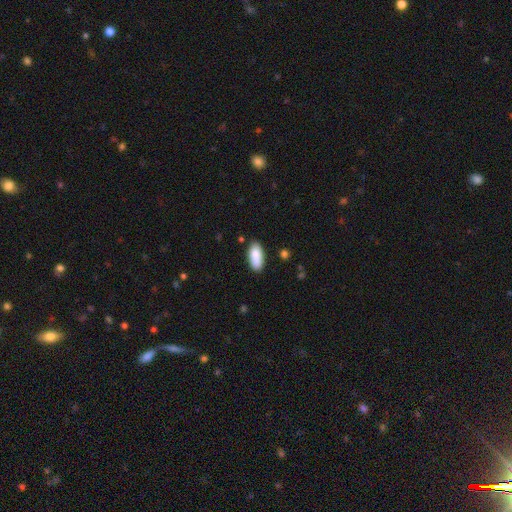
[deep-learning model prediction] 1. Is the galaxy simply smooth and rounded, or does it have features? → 87% smooth, 7% featured or disk, 6% star or artifact.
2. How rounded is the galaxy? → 89% in between, 9% cigar-shaped, 2% round.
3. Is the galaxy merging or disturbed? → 79% none, 15% minor disturbance, 3% merger, 3% major disturbance.